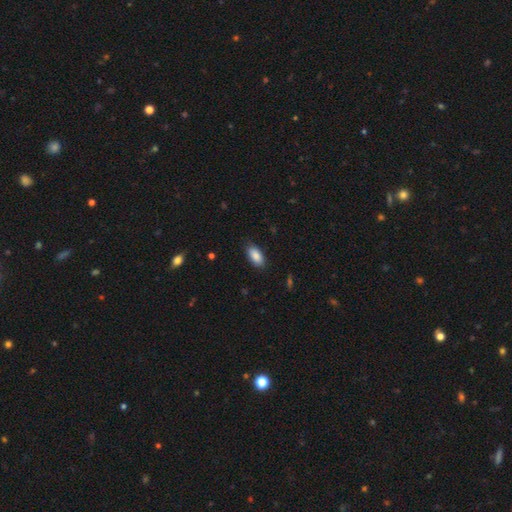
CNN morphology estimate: Smooth or featured? Predicted: smooth (p=0.88). How rounded? Predicted: in between (p=0.93). Merging? Predicted: none (p=0.85).